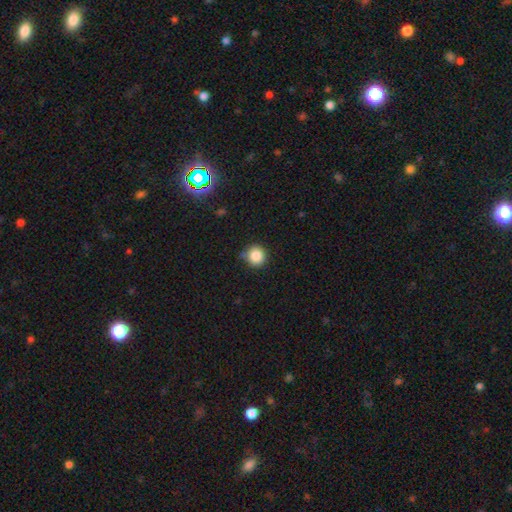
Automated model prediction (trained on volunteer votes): Smooth or featured?
  - smooth: 86% *
  - star or artifact: 10%
  - featured or disk: 4%
How rounded?
  - round: 92% *
  - in between: 7%
  - cigar-shaped: 1%
Merging?
  - none: 77% *
  - minor disturbance: 16%
  - merger: 4%
  - major disturbance: 3%